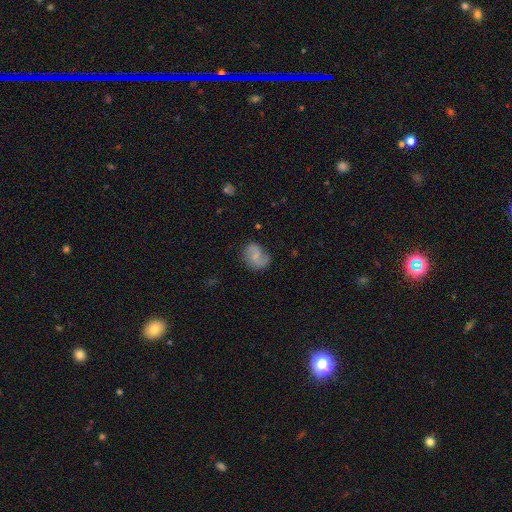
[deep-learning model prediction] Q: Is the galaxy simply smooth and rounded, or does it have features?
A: featured or disk — 50%.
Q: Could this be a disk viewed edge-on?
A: no — 97%.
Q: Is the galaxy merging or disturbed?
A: none — 68%.